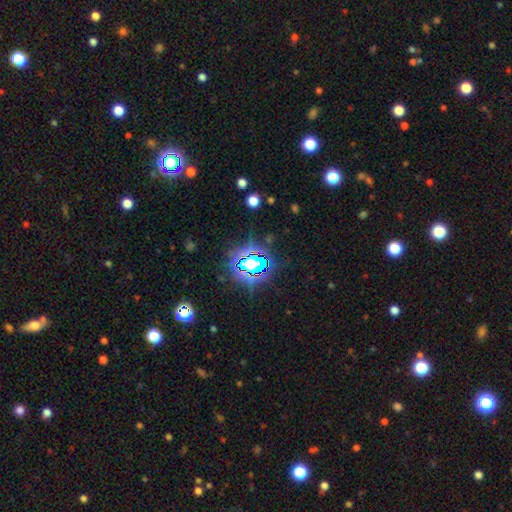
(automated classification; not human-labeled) This appears to be a star or artifact, not a galaxy (76%).